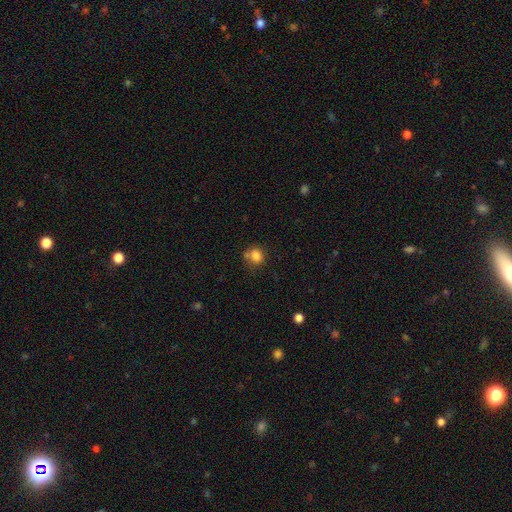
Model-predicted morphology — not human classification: smooth_or_featured: smooth (p=0.81) [alt: star or artifact p=0.11]
how_rounded: round (p=0.69) [alt: in between p=0.30]
merging: none (p=0.60) [alt: minor disturbance p=0.19]